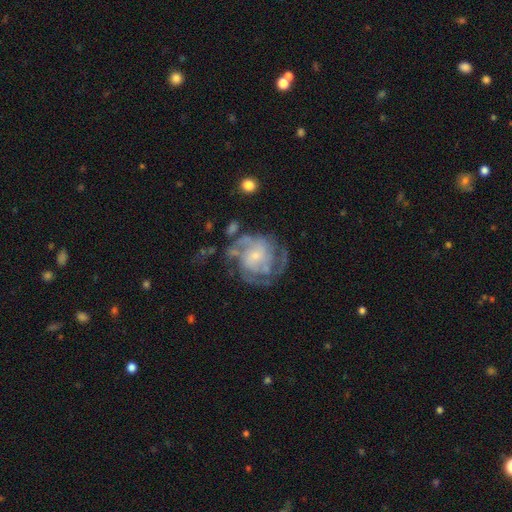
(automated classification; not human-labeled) Smooth or featured: featured or disk — 83% (smooth — 11%)
Edge-on disk: no — 98% (yes — 2%)
Bar: no — 68% (weak — 27%)
Spiral arms: yes — 91% (no — 9%)
Spiral winding: tight — 45% (medium — 41%)
Spiral arm count: can't tell — 28% (3 — 25%)
Bulge size: small — 71% (moderate — 20%)
Merging: none — 54% (major disturbance — 22%)